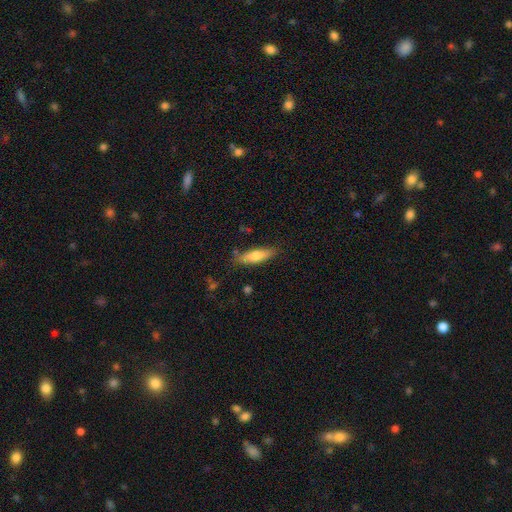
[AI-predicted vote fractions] smooth_or_featured: smooth (p=0.69) [alt: featured or disk p=0.25]
how_rounded: cigar-shaped (p=0.59) [alt: in between p=0.39]
merging: none (p=0.81) [alt: minor disturbance p=0.14]